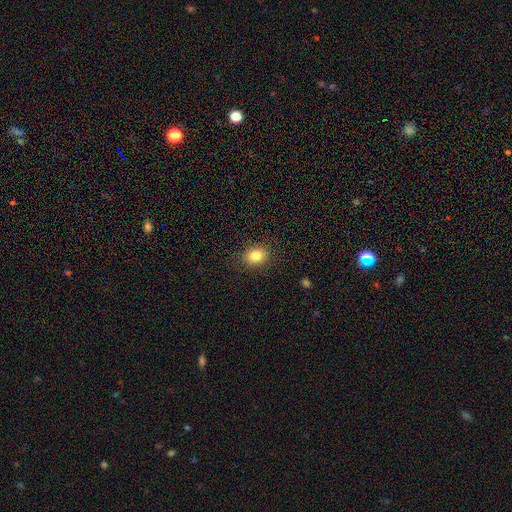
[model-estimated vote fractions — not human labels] Smooth or featured? Predicted: smooth (p=0.82). How rounded? Predicted: round (p=0.53). Merging? Predicted: none (p=0.88).